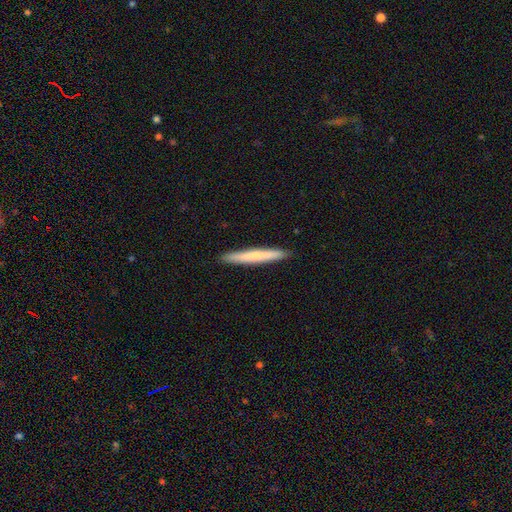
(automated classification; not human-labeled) This is likely a smooth galaxy (63%). How rounded: clearly cigar-shaped (97%). Merging: clearly none (93%).